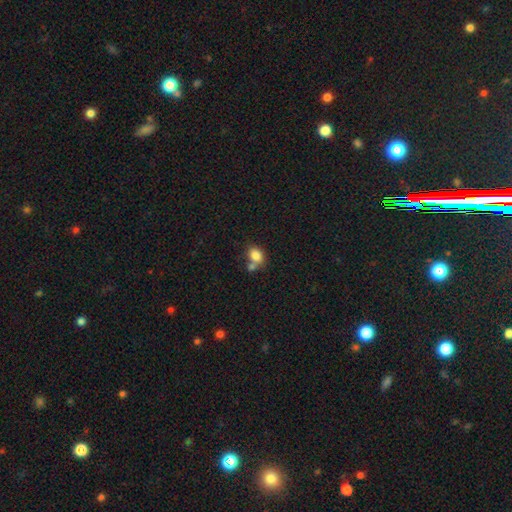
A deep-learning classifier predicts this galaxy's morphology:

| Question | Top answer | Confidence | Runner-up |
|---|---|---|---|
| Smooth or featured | smooth | 82% | star or artifact (10%) |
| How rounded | in between | 63% | round (35%) |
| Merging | none | 46% | merger (35%) |